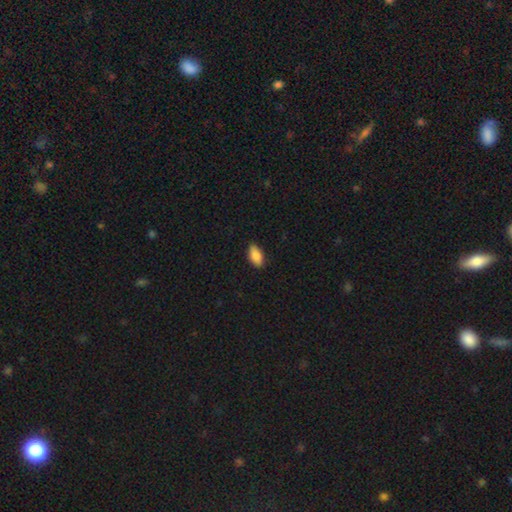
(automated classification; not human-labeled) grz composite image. It shows a smooth galaxy with no disk features (86%) that is in between round and cigar-shaped (92%). Merging: none (84%).